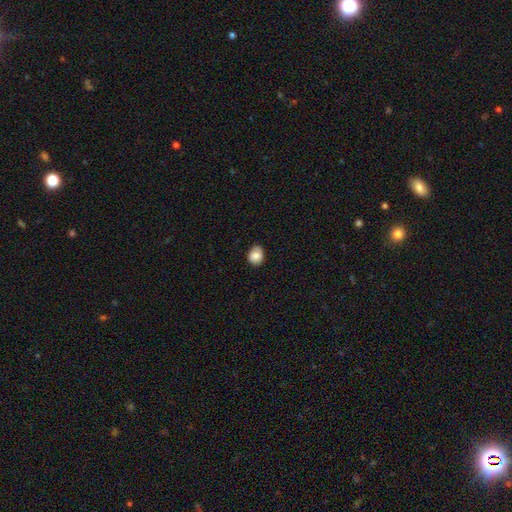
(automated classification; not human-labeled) Smooth or featured? Predicted: smooth (p=0.85). How rounded? Predicted: round (p=0.58). Merging? Predicted: none (p=0.80).